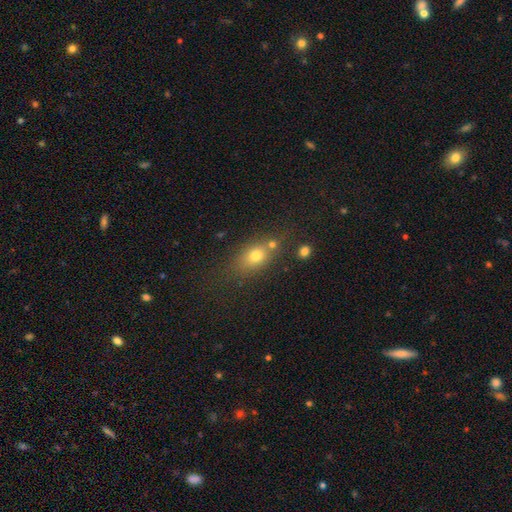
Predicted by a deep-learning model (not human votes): This appears to be a smooth galaxy with no disk features (71%) that is in between round and cigar-shaped (61%). Merging: none (61%).